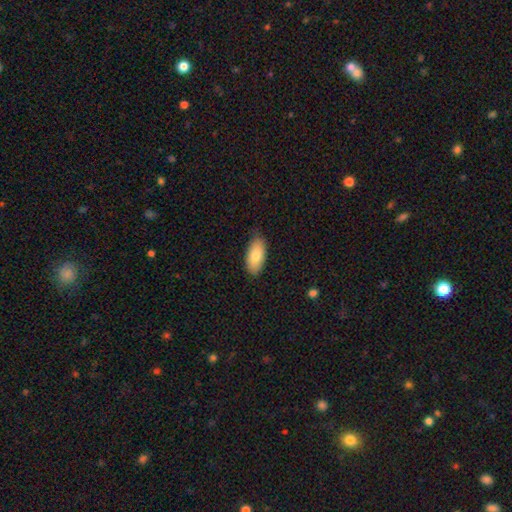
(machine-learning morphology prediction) This is likely a smooth galaxy (79%). How rounded: clearly in between (91%). Merging: likely none (78%).